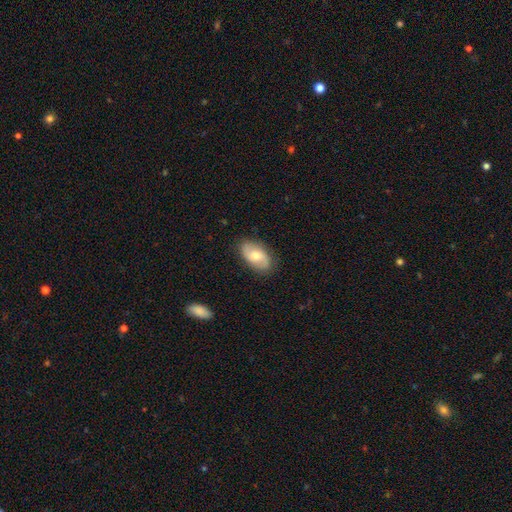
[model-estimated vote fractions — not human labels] smooth_or_featured: smooth (p=0.48) [alt: featured or disk p=0.46]
merging: none (p=0.84) [alt: minor disturbance p=0.13]